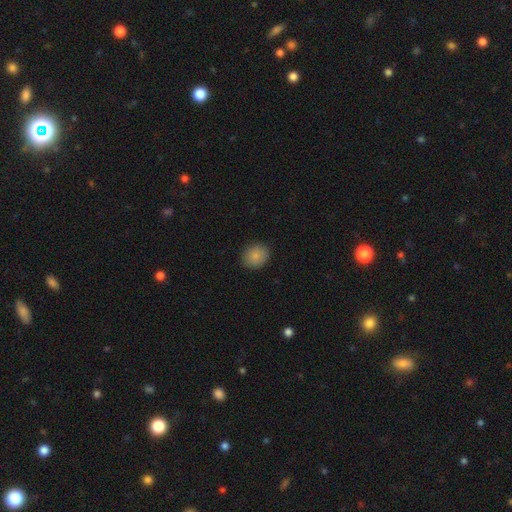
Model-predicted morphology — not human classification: Smooth or featured? Predicted: smooth (p=0.84). How rounded? Predicted: round (p=0.63). Merging? Predicted: none (p=0.88).